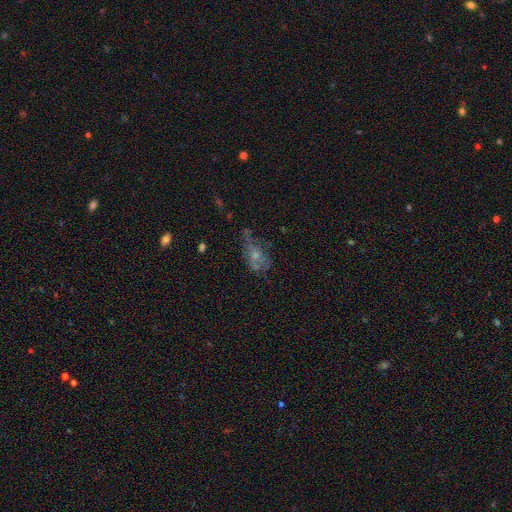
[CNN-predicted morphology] type=smooth (43%); merging=major disturbance (34%).